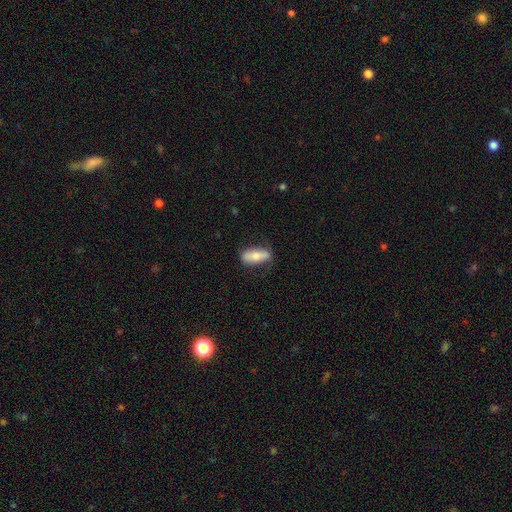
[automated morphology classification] Smooth or featured?
  - smooth: 69% *
  - featured or disk: 25%
  - star or artifact: 6%
How rounded?
  - in between: 69% *
  - cigar-shaped: 28%
  - round: 3%
Merging?
  - none: 73% *
  - minor disturbance: 20%
  - major disturbance: 6%
  - merger: 1%